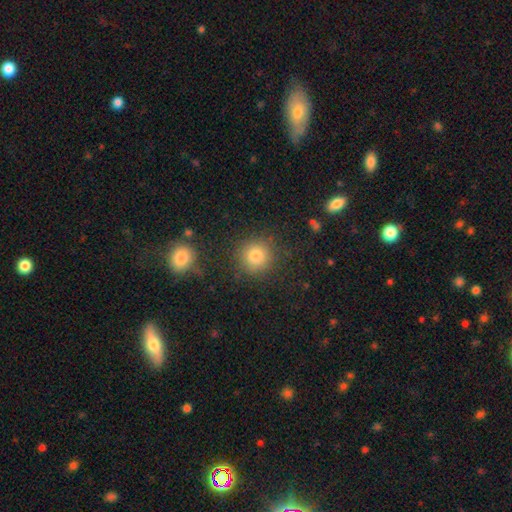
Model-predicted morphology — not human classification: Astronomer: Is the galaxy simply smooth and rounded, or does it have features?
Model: smooth — 82%.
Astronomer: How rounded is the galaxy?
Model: round — 91%.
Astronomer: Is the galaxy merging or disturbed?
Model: none — 86%.